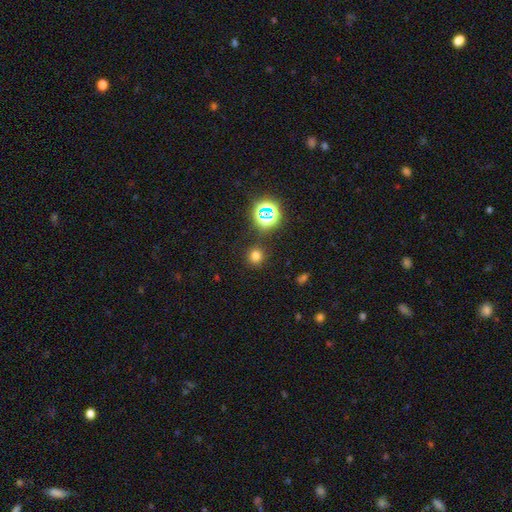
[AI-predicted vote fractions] Overall: smooth (71%). How rounded: round (90%). Merging: none (88%).